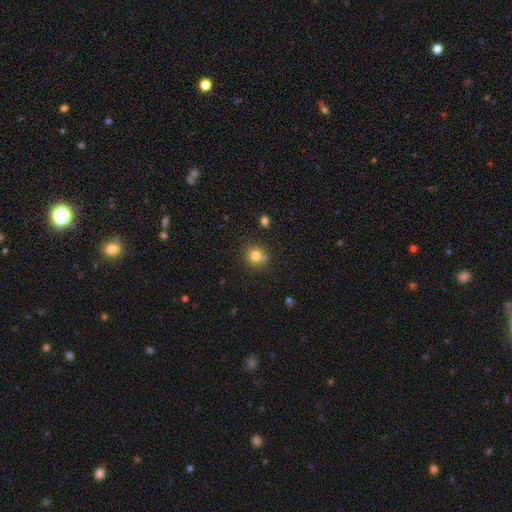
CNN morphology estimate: This appears to be a smooth galaxy with no disk features (78%) that is round (88%). Merging: none (69%).